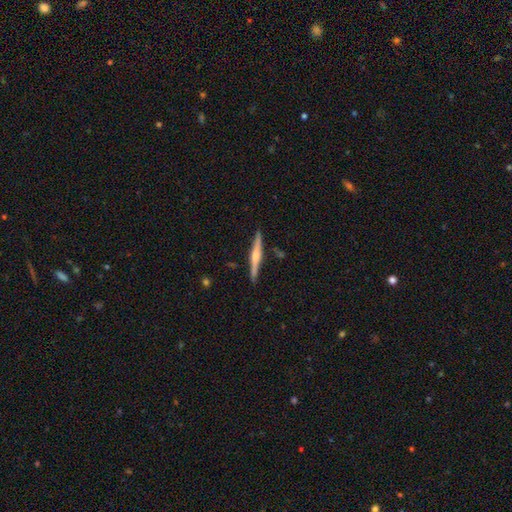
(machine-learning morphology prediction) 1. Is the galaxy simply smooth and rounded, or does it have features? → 67% featured or disk, 27% smooth, 6% star or artifact.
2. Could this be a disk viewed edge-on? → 98% yes, 2% no.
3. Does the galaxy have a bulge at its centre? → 69% rounded, 20% boxy, 11% none.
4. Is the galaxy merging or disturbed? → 89% none, 8% minor disturbance, 2% major disturbance, 1% merger.